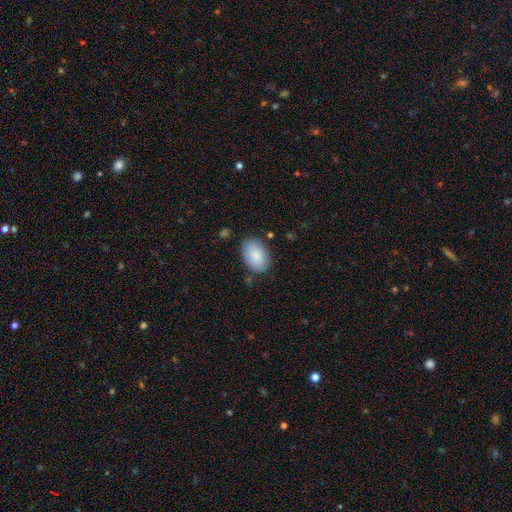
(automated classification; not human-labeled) This is clearly a smooth galaxy (88%). How rounded: clearly in between (89%). Merging: likely none (79%).